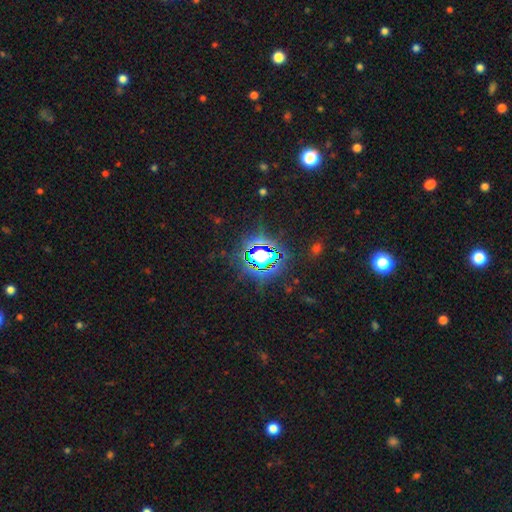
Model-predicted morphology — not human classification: Smooth or featured?
  - star or artifact: 82% *
  - smooth: 11%
  - featured or disk: 7%